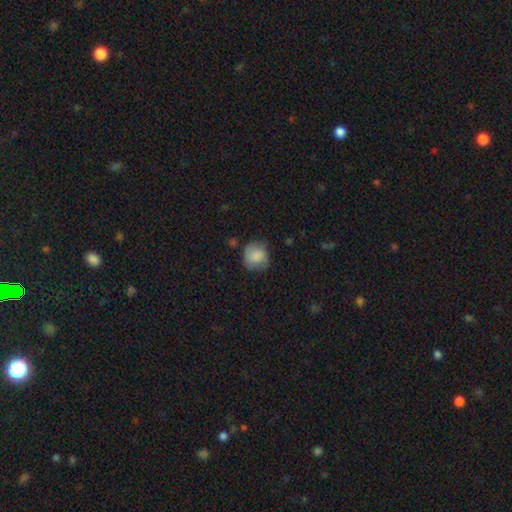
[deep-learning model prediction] This appears to be a smooth galaxy with no disk features (79%) that is round (80%). Merging: none (63%).